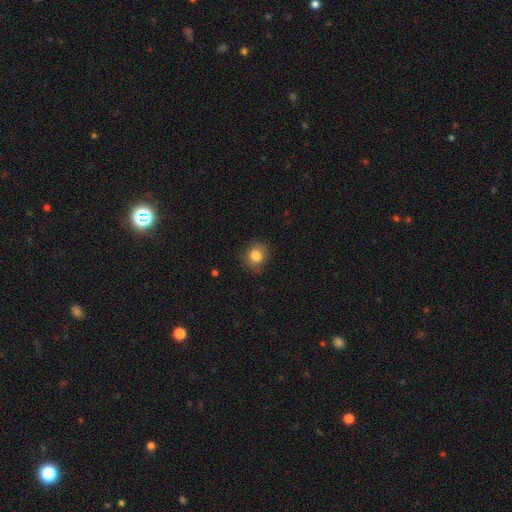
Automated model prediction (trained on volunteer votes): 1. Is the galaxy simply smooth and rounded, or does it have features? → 83% smooth, 10% star or artifact, 8% featured or disk.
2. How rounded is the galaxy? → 82% round, 18% in between, 1% cigar-shaped.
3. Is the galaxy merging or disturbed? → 81% none, 15% minor disturbance, 4% major disturbance, 1% merger.